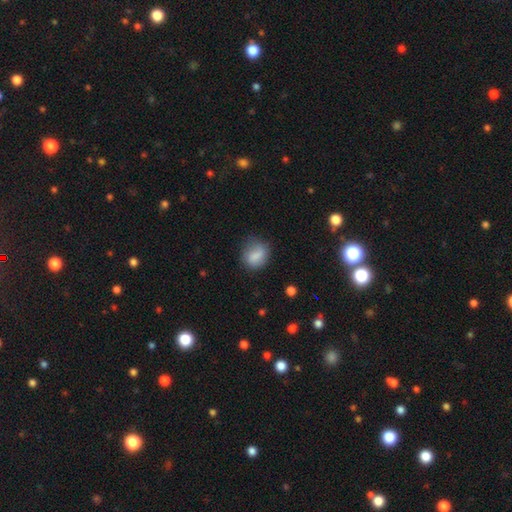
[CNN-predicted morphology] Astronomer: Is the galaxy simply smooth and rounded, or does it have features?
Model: smooth — 76%.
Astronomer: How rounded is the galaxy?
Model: round — 60% (runner-up: in between, 38%).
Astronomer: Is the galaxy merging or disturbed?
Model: none — 60%.